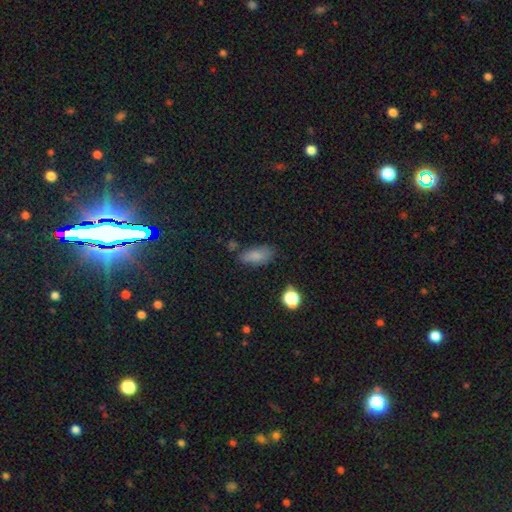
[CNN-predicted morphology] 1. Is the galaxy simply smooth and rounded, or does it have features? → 80% smooth, 12% star or artifact, 8% featured or disk.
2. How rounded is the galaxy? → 83% in between, 12% cigar-shaped, 5% round.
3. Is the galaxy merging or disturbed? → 66% none, 23% minor disturbance, 7% major disturbance, 5% merger.